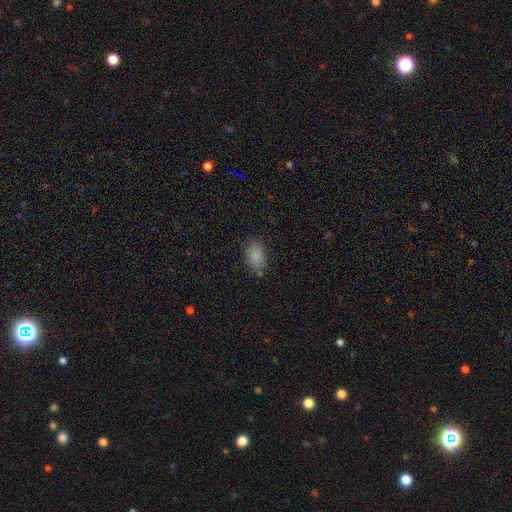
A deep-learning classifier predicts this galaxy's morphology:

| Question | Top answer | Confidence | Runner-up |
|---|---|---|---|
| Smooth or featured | smooth | 85% | star or artifact (9%) |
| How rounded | in between | 87% | round (11%) |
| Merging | none | 73% | minor disturbance (18%) |